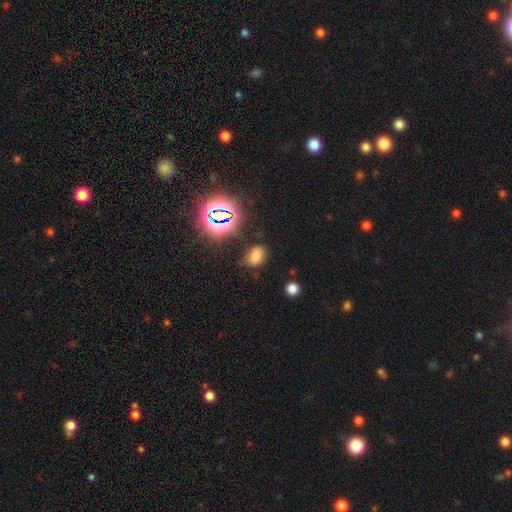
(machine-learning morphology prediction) Smooth or featured?
  - smooth: 68% *
  - star or artifact: 25%
  - featured or disk: 7%
How rounded?
  - in between: 80% *
  - round: 18%
  - cigar-shaped: 1%
Merging?
  - none: 75% *
  - minor disturbance: 17%
  - major disturbance: 5%
  - merger: 3%